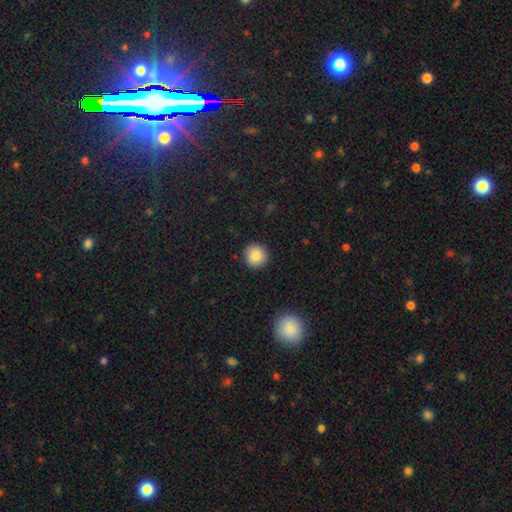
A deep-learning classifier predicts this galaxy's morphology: type=smooth (86%); roundness=round (93%); merging=none (91%).